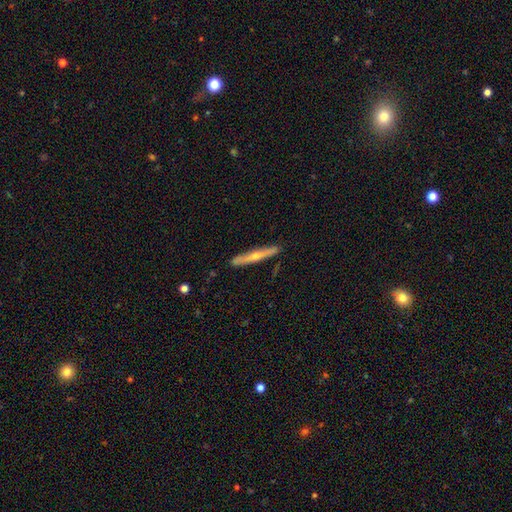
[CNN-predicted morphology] smooth-or-featured: featured or disk: 60% | smooth: 34% | star or artifact: 6%
  disk-edge-on: yes: 95% | no: 5%
    edge-on-bulge: rounded: 82% | none: 16% | boxy: 2%
  merging: none: 89% | minor disturbance: 8% | major disturbance: 1% | merger: 1%